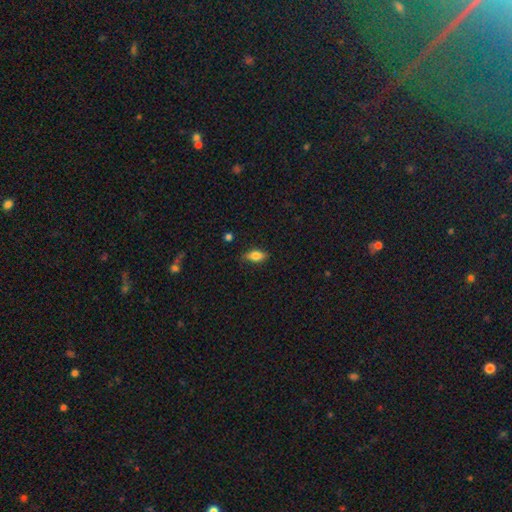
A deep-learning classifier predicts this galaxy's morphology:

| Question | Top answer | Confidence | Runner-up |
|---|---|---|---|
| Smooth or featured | smooth | 75% | featured or disk (17%) |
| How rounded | in between | 83% | cigar-shaped (11%) |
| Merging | none | 81% | minor disturbance (15%) |